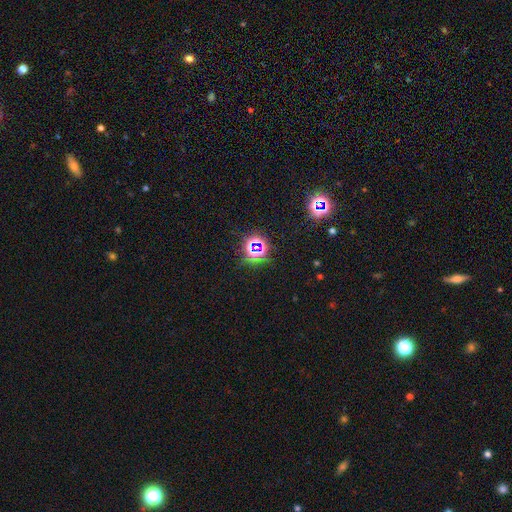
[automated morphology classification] A star or artifact, not a galaxy (79%).